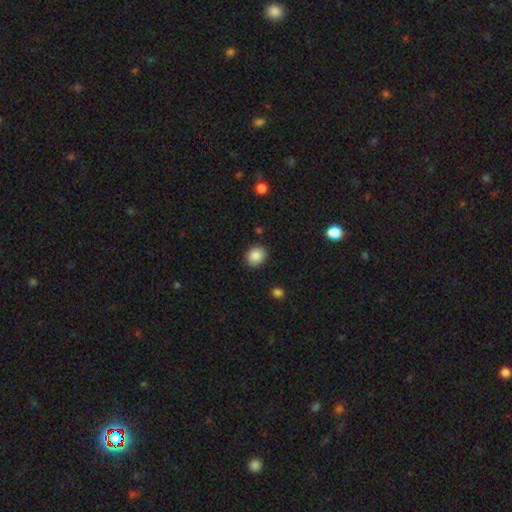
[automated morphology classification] smooth 88%, star or artifact 9%, featured or disk 4%. Down the decision tree: how rounded — round (74%); merging — none (88%).